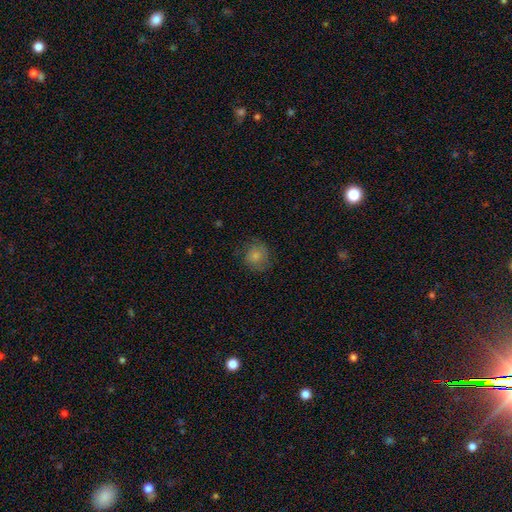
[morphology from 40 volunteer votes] Q: Smooth or featured?
A: smooth (82%); runner-up: featured or disk (10%)
Q: How rounded?
A: round (85%); runner-up: in between (15%)
Q: Merging?
A: none (73%); runner-up: minor disturbance (14%)